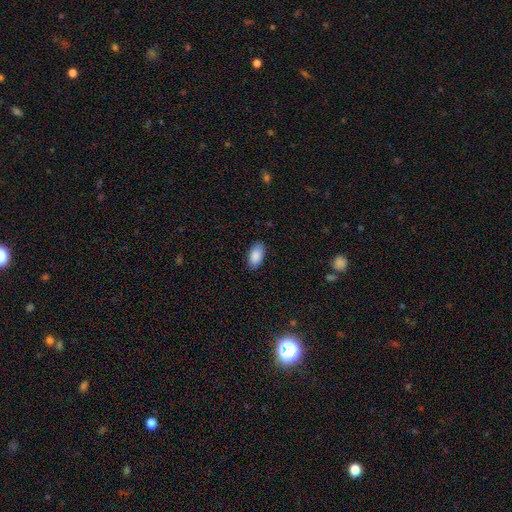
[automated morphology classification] smooth_or_featured: smooth (p=0.90) [alt: star or artifact p=0.06]
how_rounded: in between (p=0.94) [alt: round p=0.04]
merging: none (p=0.86) [alt: minor disturbance p=0.10]